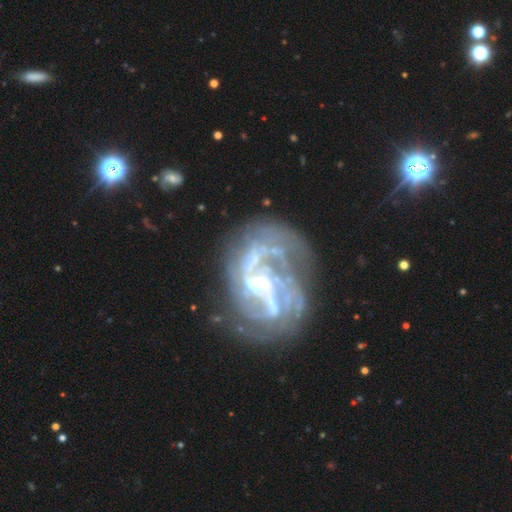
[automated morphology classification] This is clearly a featured or disk galaxy (86%). It is clearly not viewed edge-on (98%). Bar: marginally weak (37%). Spiral arm pattern: clearly yes (84%). Spiral arm count: marginally 2 (43%). Spiral winding: marginally medium (43%). Central bulge: possibly small (49%). Merging: marginally none (43%).